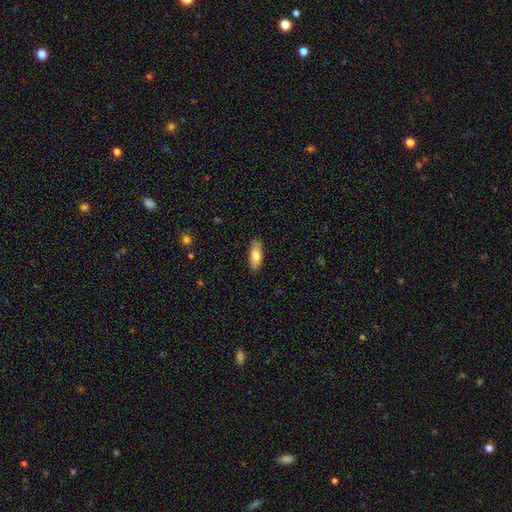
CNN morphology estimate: Q: Smooth or featured?
A: smooth (78%); runner-up: featured or disk (16%)
Q: How rounded?
A: in between (74%); runner-up: cigar-shaped (24%)
Q: Merging?
A: none (87%); runner-up: minor disturbance (10%)